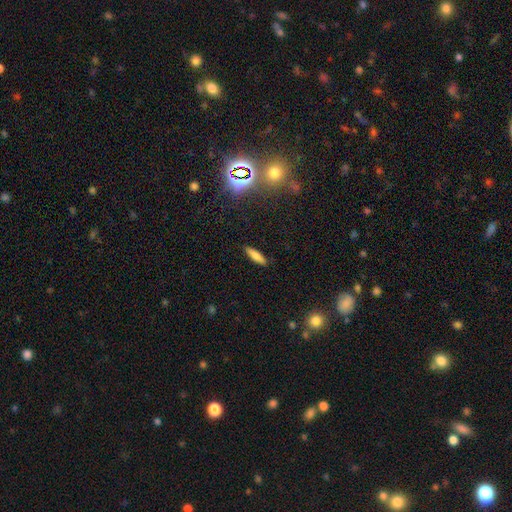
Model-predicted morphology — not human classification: This is likely a smooth galaxy (74%). How rounded: likely cigar-shaped (68%). Merging: clearly none (87%).